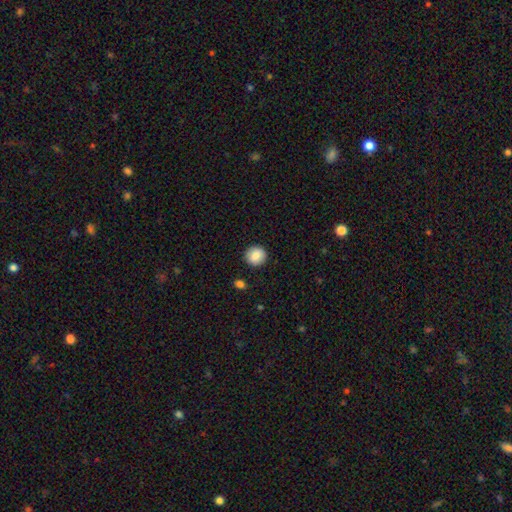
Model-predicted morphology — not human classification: Smooth or featured? Predicted: smooth (p=0.87). How rounded? Predicted: round (p=0.91). Merging? Predicted: none (p=0.91).